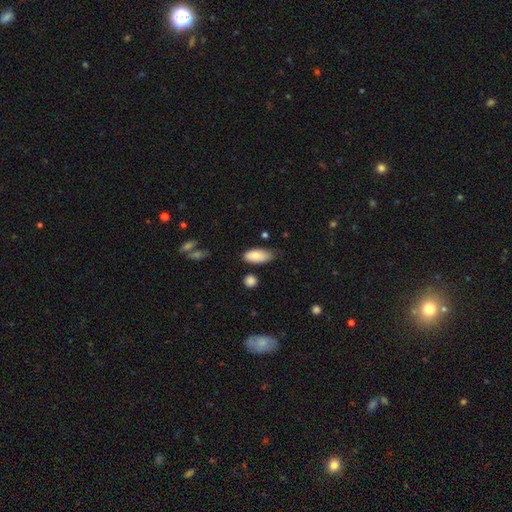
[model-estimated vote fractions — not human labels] The model was most divided on "merging": none: 62%, minor disturbance: 30%, major disturbance: 5%, merger: 3%. More confident: how rounded — in between (90%); smooth or featured — smooth (81%).